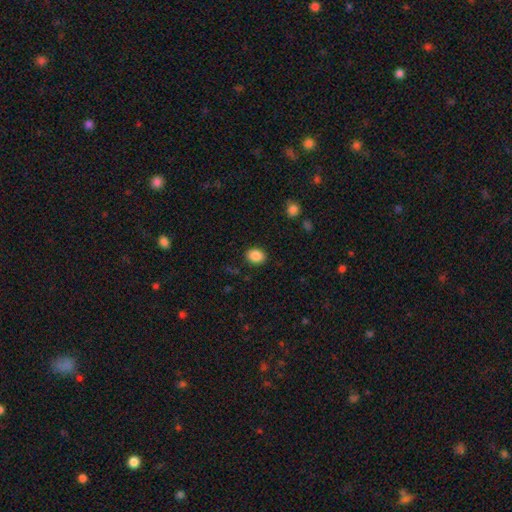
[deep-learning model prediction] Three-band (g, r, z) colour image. It shows a smooth galaxy with no disk features (88%) that is in between round and cigar-shaped (55%). Merging: none (89%).